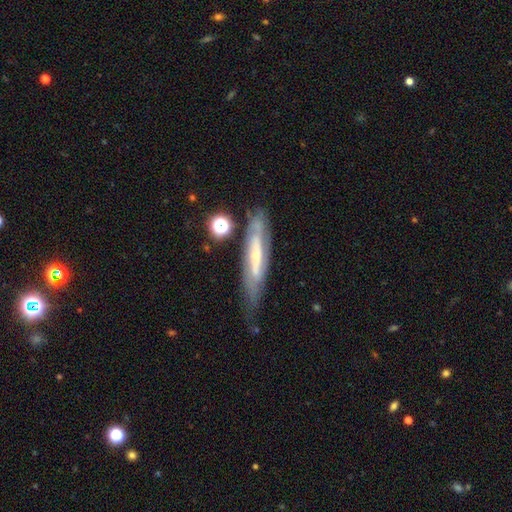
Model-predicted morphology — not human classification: featured or disk 72%, smooth 21%, star or artifact 7%. Down the decision tree: edge-on disk — no (54%); merging — none (69%).